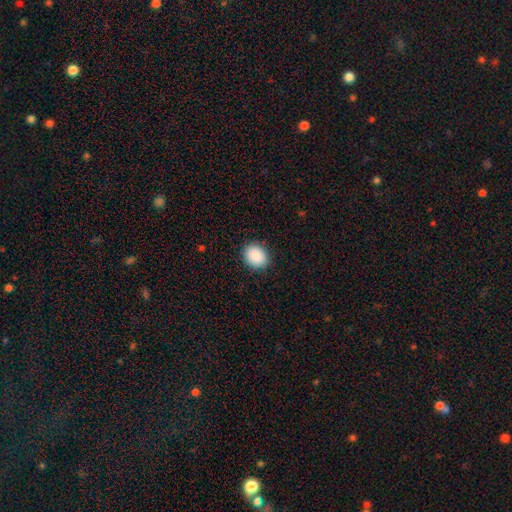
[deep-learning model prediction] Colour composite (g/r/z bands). It shows a smooth galaxy with no disk features (90%) that is round (53%). Merging: none (88%).